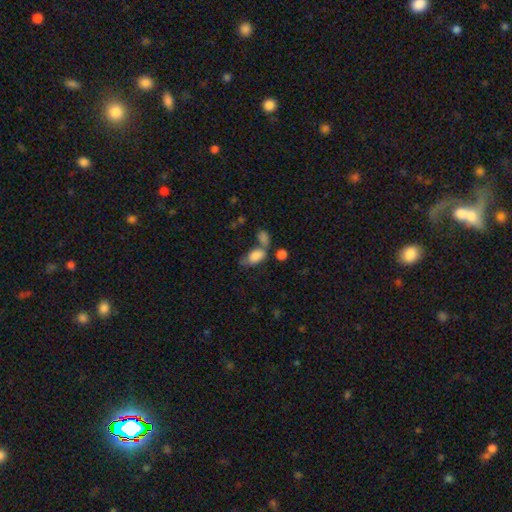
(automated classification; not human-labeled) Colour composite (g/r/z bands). It shows a smooth galaxy with no disk features (82%) that is in between round and cigar-shaped (90%). Merging: merger (35%, tied with none).